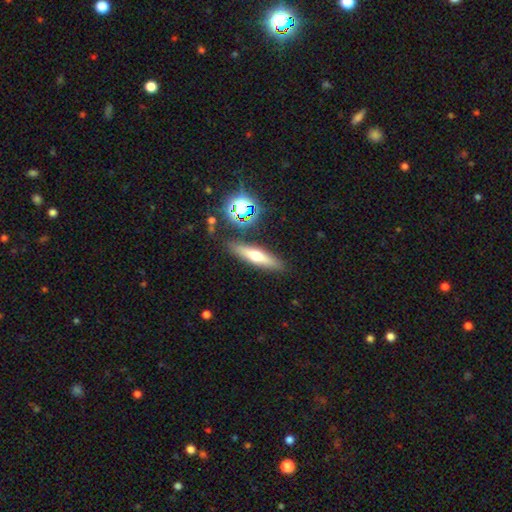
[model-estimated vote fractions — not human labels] This appears to be a smooth galaxy with no disk features (49%). Merging: none (86%).